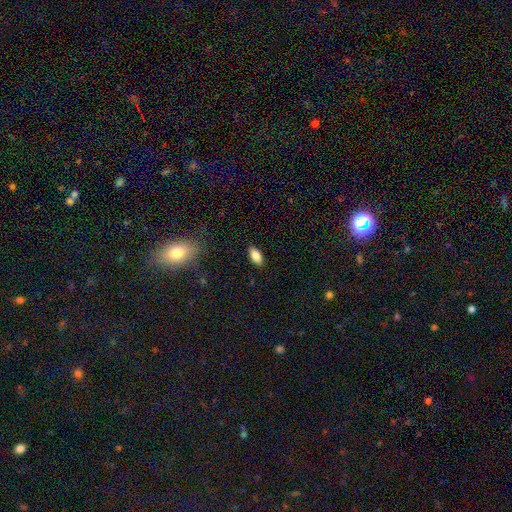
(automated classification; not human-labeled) Smooth or featured: smooth — 82% (featured or disk — 10%)
How rounded: in between — 88% (cigar-shaped — 9%)
Merging: none — 89% (minor disturbance — 8%)